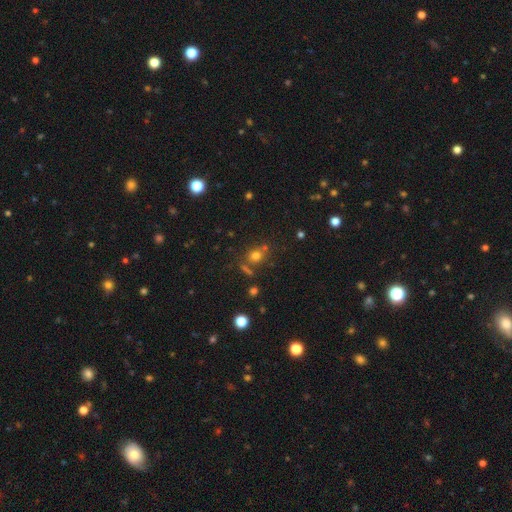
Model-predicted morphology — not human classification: This appears to be a smooth galaxy with no disk features (69%) that is round (77%). Merging: none (65%).